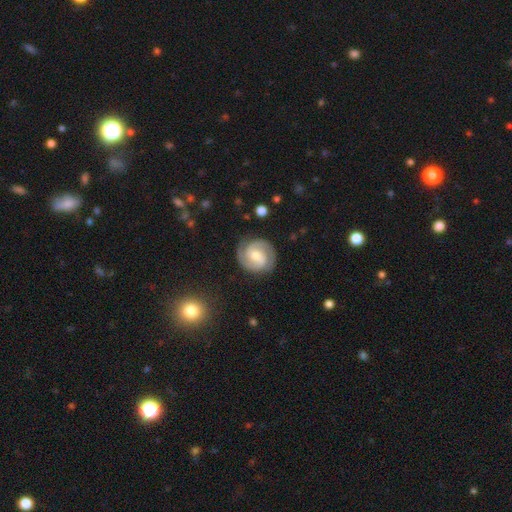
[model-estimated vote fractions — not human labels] smooth_or_featured: featured or disk (p=0.84) [alt: smooth p=0.11]
disk_edge_on: no (p=0.98) [alt: yes p=0.02]
bar: weak (p=0.46) [alt: no p=0.39]
has_spiral_arms: yes (p=0.97) [alt: no p=0.03]
spiral_winding: tight (p=0.54) [alt: medium p=0.39]
spiral_arm_count: 2 (p=0.86) [alt: 3 p=0.05]
bulge_size: moderate (p=0.51) [alt: small p=0.43]
merging: none (p=0.84) [alt: minor disturbance p=0.11]